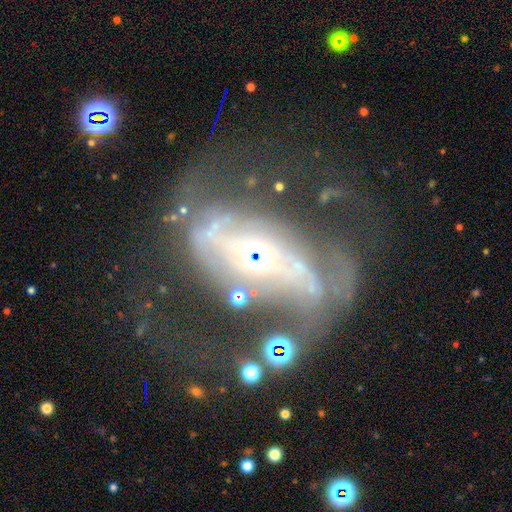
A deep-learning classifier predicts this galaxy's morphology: Smooth or featured? featured or disk (79%)
Edge-on disk? no (92%)
Bar? no (48%)
Spiral arms? yes (69%)
Spiral winding? medium (38%)
Spiral arm count? 2 (51%)
Bulge size? small (46%)
Merging? major disturbance (40%)